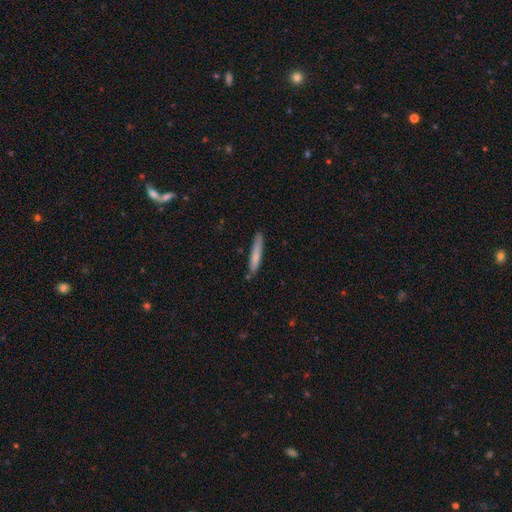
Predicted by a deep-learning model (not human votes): Smooth or featured?
  - smooth: 74% *
  - featured or disk: 20%
  - star or artifact: 6%
How rounded?
  - cigar-shaped: 93% *
  - in between: 6%
  - round: 1%
Merging?
  - none: 79% *
  - minor disturbance: 15%
  - merger: 3%
  - major disturbance: 2%